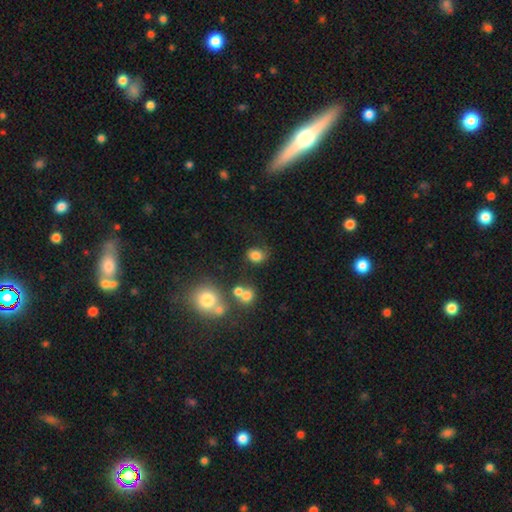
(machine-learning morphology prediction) The model was most divided on "how rounded": in between: 54%, round: 45%, cigar-shaped: 1%. More confident: smooth or featured — smooth (79%); merging — none (64%).